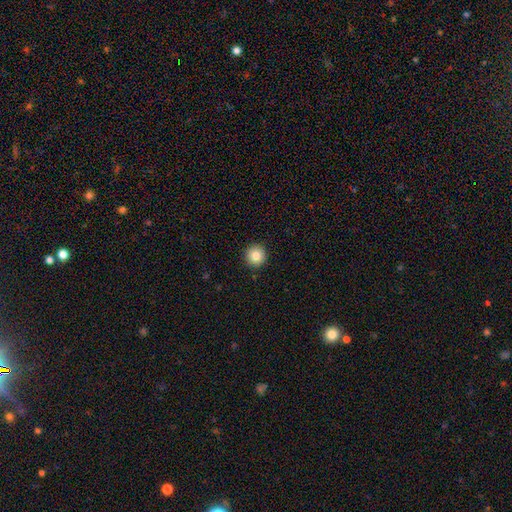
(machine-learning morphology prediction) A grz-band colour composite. It shows a smooth galaxy with no disk features (84%) that is round (96%). Merging: none (92%).